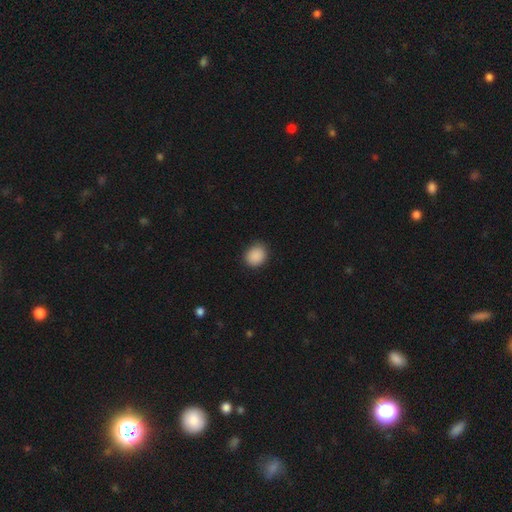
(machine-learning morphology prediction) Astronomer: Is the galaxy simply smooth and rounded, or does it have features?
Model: smooth — 89%.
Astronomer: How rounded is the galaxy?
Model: round — 66%.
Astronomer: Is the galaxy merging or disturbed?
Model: none — 86%.